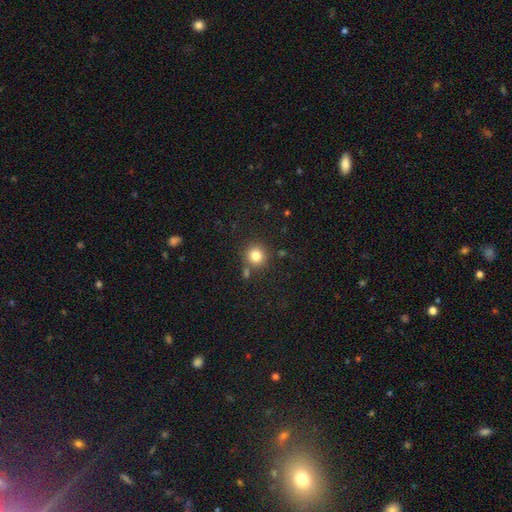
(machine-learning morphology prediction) smooth_or_featured: smooth (p=0.82) [alt: star or artifact p=0.12]
how_rounded: round (p=0.92) [alt: in between p=0.07]
merging: none (p=0.80) [alt: merger p=0.09]